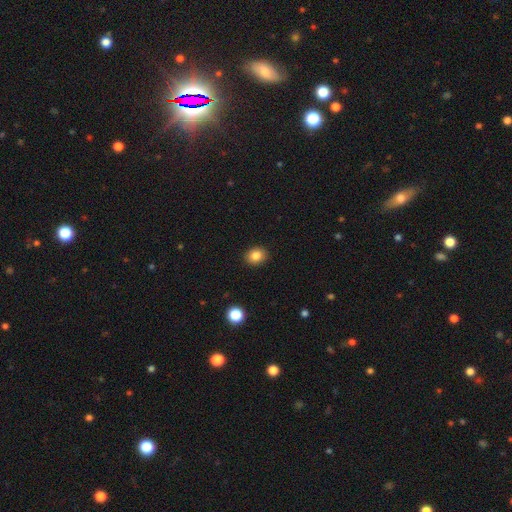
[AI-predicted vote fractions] Morphology: type=smooth (84%); roundness=round (60%); merging=none (91%).